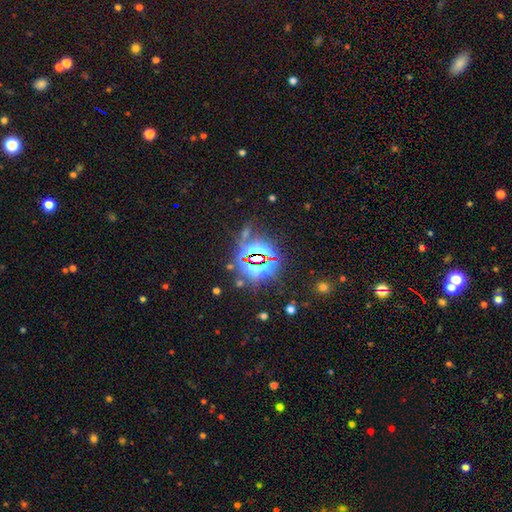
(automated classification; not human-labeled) A star or artifact, not a galaxy (84%).

Vote fractions:
- Smooth or featured? star or artifact: 84% / smooth: 9% / featured or disk: 7%